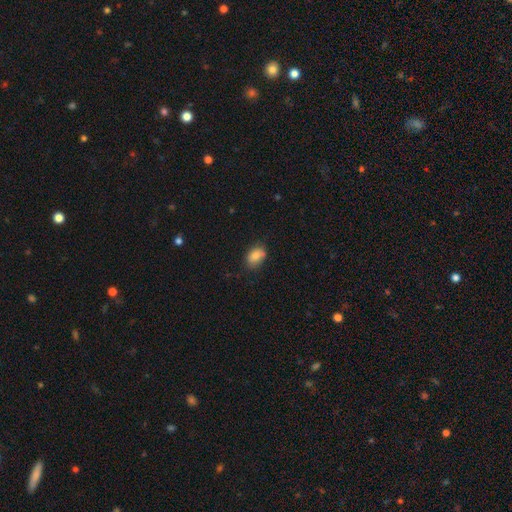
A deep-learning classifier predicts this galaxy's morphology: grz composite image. It shows a smooth galaxy with no disk features (85%) that is in between round and cigar-shaped (84%). Merging: none (75%).